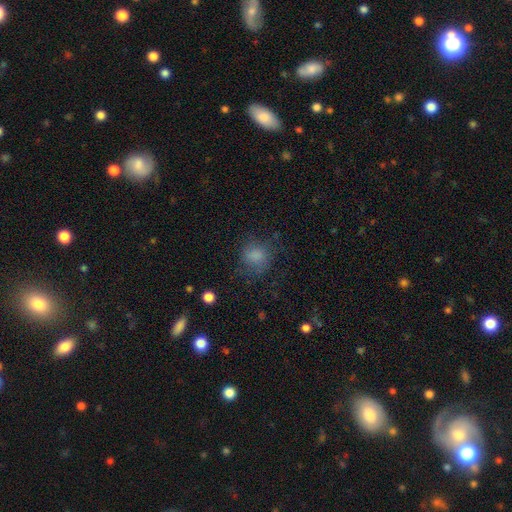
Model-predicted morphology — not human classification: The model was most divided on "merging": none: 64%, minor disturbance: 20%, major disturbance: 14%, merger: 2%. More confident: smooth or featured — smooth (79%); how rounded — round (77%).